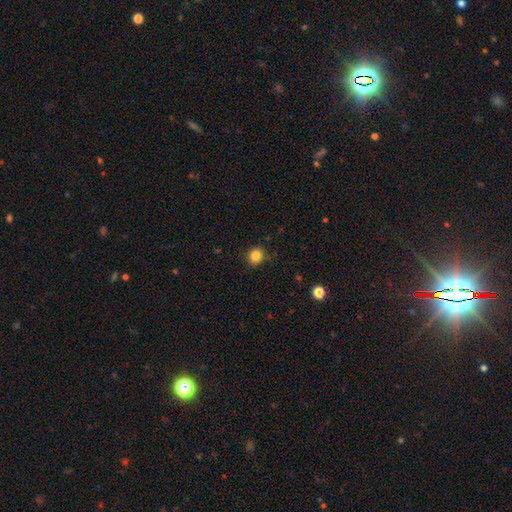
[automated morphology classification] Smooth or featured?
  - smooth: 84% *
  - star or artifact: 11%
  - featured or disk: 5%
How rounded?
  - round: 78% *
  - in between: 22%
  - cigar-shaped: 1%
Merging?
  - none: 86% *
  - minor disturbance: 10%
  - major disturbance: 2%
  - merger: 1%